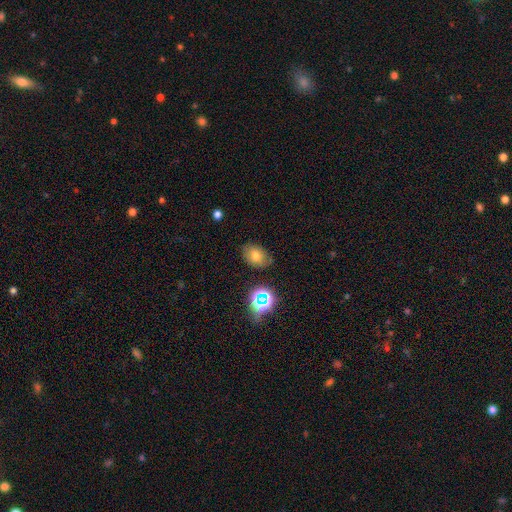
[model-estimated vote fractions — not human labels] Smooth or featured?
  - smooth: 70% *
  - star or artifact: 16%
  - featured or disk: 14%
How rounded?
  - in between: 75% *
  - round: 24%
  - cigar-shaped: 1%
Merging?
  - none: 77% *
  - minor disturbance: 17%
  - major disturbance: 4%
  - merger: 3%